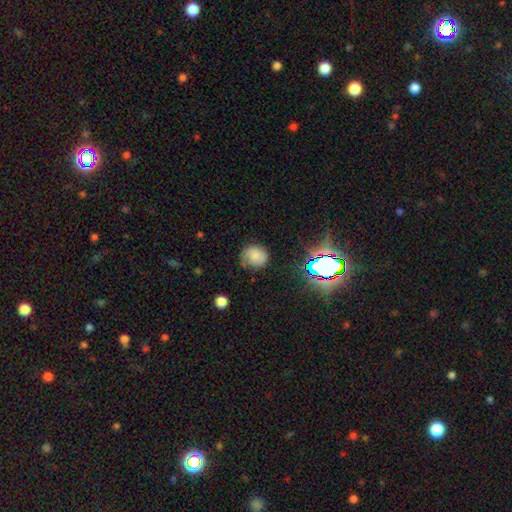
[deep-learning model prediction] smooth 67%, featured or disk 19%, star or artifact 15%. Down the decision tree: how rounded — round (79%); merging — none (62%).